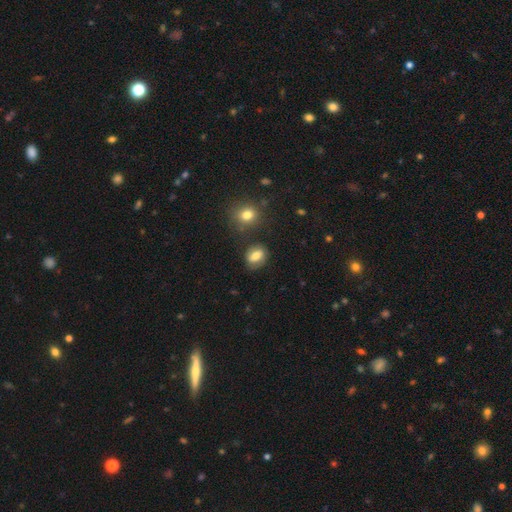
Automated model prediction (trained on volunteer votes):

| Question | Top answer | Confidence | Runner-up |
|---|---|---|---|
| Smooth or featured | smooth | 71% | featured or disk (20%) |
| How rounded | in between | 69% | round (29%) |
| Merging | none | 73% | minor disturbance (17%) |